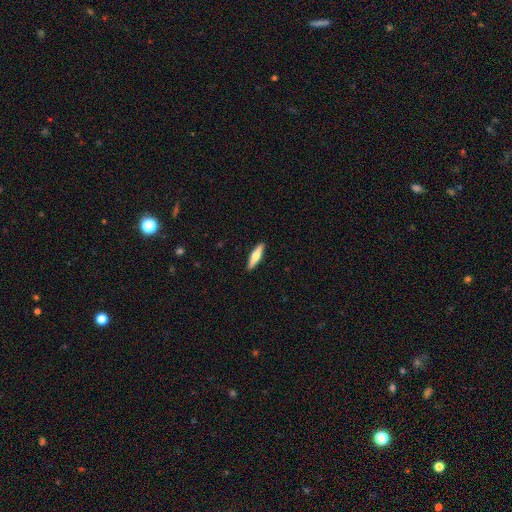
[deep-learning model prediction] smooth 53%, featured or disk 42%, star or artifact 5%. Down the decision tree: how rounded — cigar-shaped (76%); merging — none (91%).